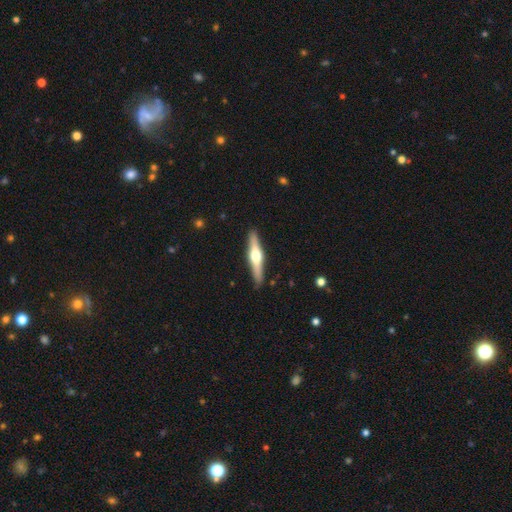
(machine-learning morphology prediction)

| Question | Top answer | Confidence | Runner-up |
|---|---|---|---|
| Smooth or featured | featured or disk | 66% | smooth (29%) |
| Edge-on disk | yes | 97% | no (3%) |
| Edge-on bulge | rounded | 93% | boxy (4%) |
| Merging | none | 90% | minor disturbance (7%) |